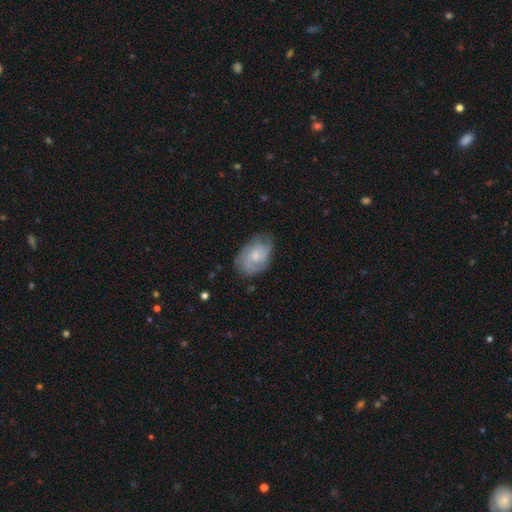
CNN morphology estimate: Overall: featured or disk (66%; smooth 28%). Edge-on disk: no (97%). Bar: no (73%). Spiral arms: yes (91%). Spiral arm count: 2 (34%; can't tell 30%). Spiral winding: tight (46%; medium 40%). Bulge size: small (59%; moderate 33%). Merging: none (70%).